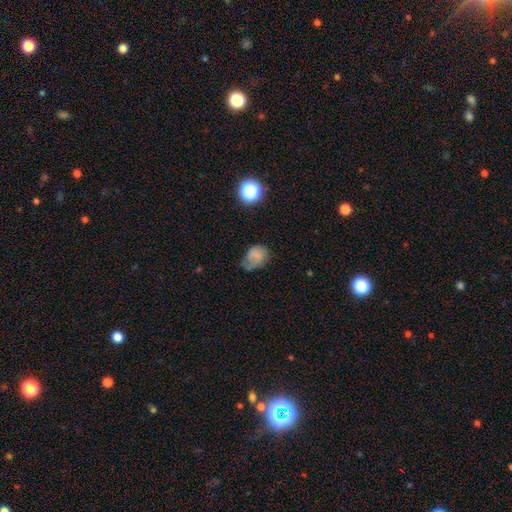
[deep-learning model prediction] Smooth or featured: smooth — 60% (featured or disk — 28%)
How rounded: in between — 67% (round — 32%)
Merging: none — 40% (minor disturbance — 35%)